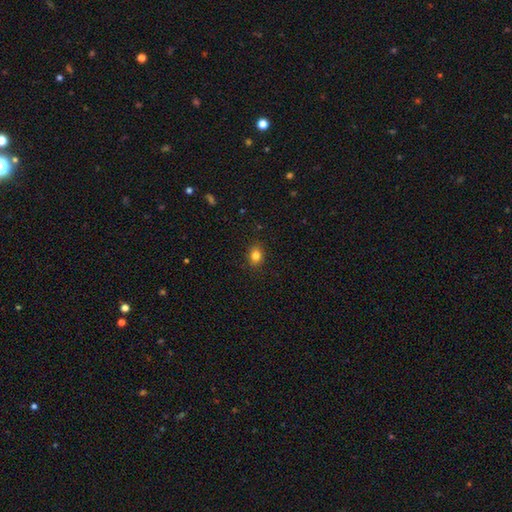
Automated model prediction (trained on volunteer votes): Smooth or featured? smooth (83%)
How rounded? in between (57%)
Merging? none (88%)